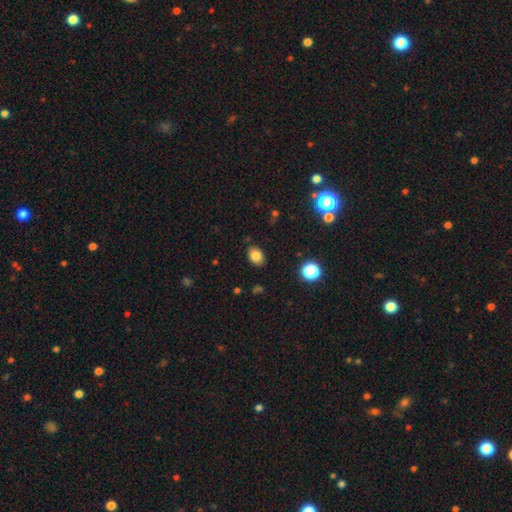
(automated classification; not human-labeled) Q: Smooth or featured?
A: smooth (82%); runner-up: star or artifact (11%)
Q: How rounded?
A: in between (76%); runner-up: round (23%)
Q: Merging?
A: none (86%); runner-up: minor disturbance (10%)